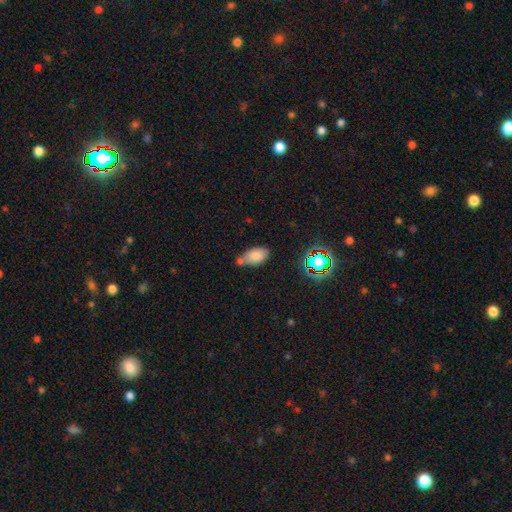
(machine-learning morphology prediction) This is likely a smooth galaxy (80%). How rounded: clearly in between (90%). Merging: possibly none (45%).